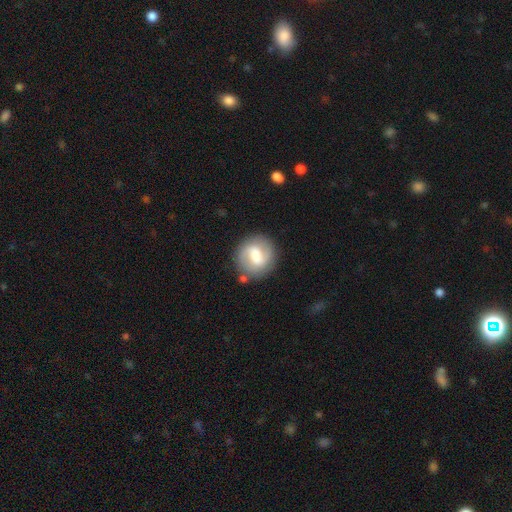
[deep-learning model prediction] A featured or disk galaxy (59%) with a weak bar (57%), spiral arms (83%) and a moderate central bulge (59%).

Vote fractions:
- Smooth or featured? featured or disk: 59% / smooth: 34% / star or artifact: 6%
- Edge-on disk? no: 97% / yes: 3%
- Bar? weak: 57% / strong: 24% / no: 19%
- Spiral arms? yes: 83% / no: 17%
- Bulge size? moderate: 59% / small: 21% / large: 16% / none: 3% / dominant: 2%
- Merging? none: 82% / minor disturbance: 10% / major disturbance: 4% / merger: 4%